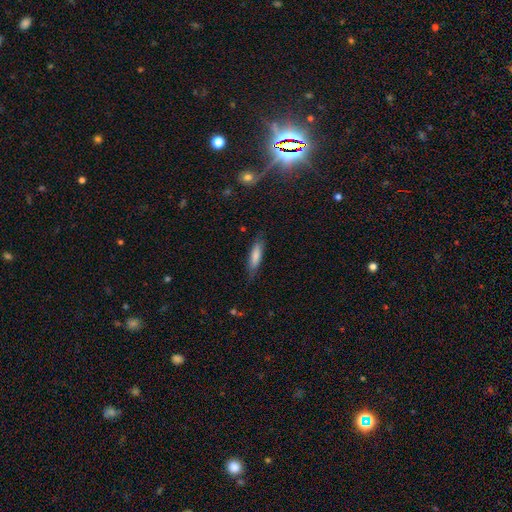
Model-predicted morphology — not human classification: smooth 77%, featured or disk 17%, star or artifact 6%. Down the decision tree: how rounded — cigar-shaped (72%); merging — none (79%).